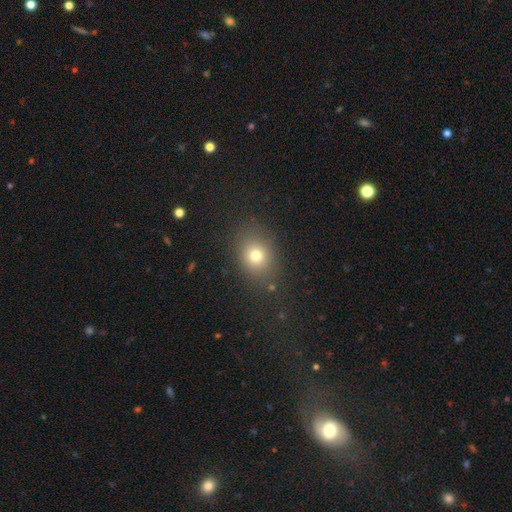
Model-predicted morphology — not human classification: smooth 75%, star or artifact 15%, featured or disk 11%. Down the decision tree: how rounded — round (53%); merging — none (80%).